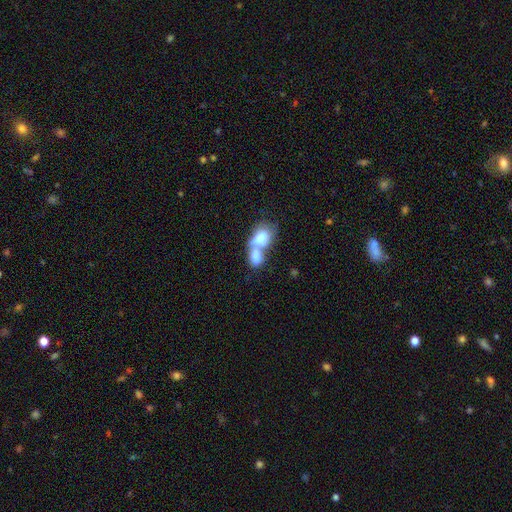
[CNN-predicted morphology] A smooth galaxy with no disk features (76%) that is in between round and cigar-shaped (80%). Merging: merger (77%).